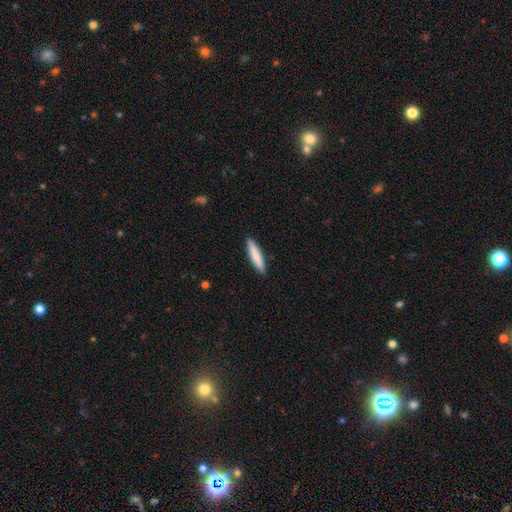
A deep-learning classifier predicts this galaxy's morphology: Q: Smooth or featured?
A: smooth (82%); runner-up: featured or disk (12%)
Q: How rounded?
A: cigar-shaped (87%); runner-up: in between (12%)
Q: Merging?
A: none (90%); runner-up: minor disturbance (7%)